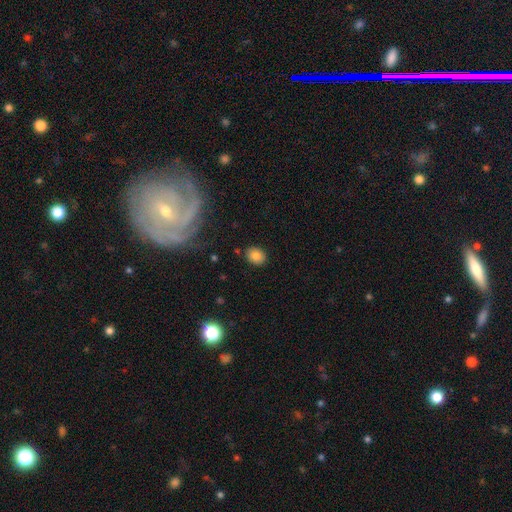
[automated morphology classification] Smooth or featured: smooth — 83% (star or artifact — 10%)
How rounded: in between — 54% (round — 45%)
Merging: none — 86% (minor disturbance — 9%)